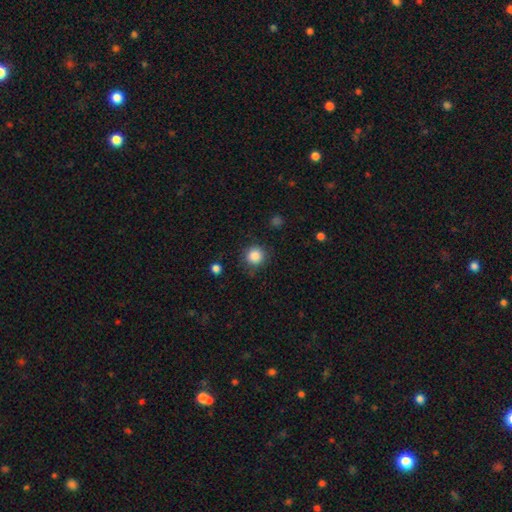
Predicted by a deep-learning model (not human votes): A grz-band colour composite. It shows a smooth galaxy with no disk features (86%) that is round (93%). Merging: none (85%).